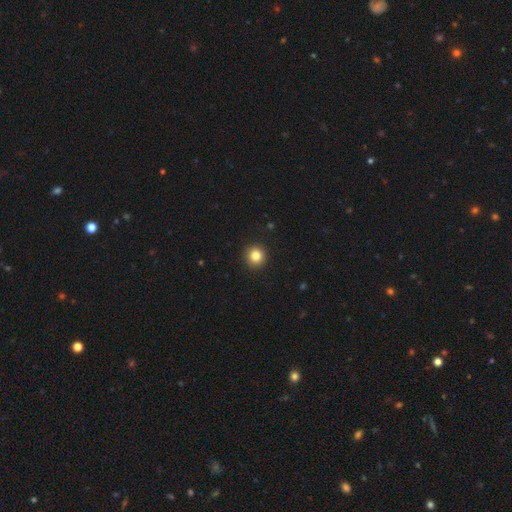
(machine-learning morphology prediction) Overall: smooth (83%). How rounded: round (94%). Merging: none (93%).